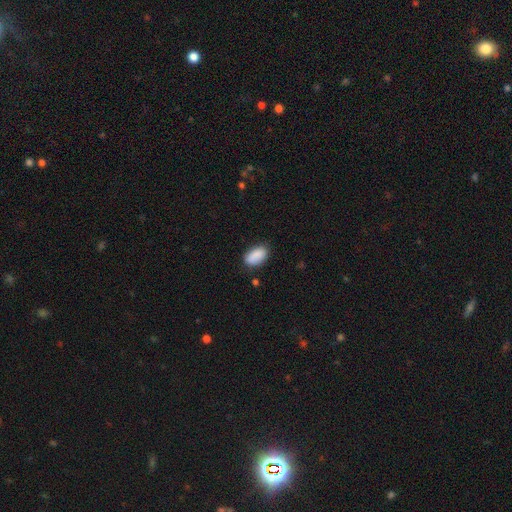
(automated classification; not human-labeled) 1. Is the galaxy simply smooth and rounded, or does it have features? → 88% smooth, 7% star or artifact, 5% featured or disk.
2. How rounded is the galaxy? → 93% in between, 4% round, 3% cigar-shaped.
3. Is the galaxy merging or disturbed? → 79% none, 15% minor disturbance, 3% major disturbance, 2% merger.